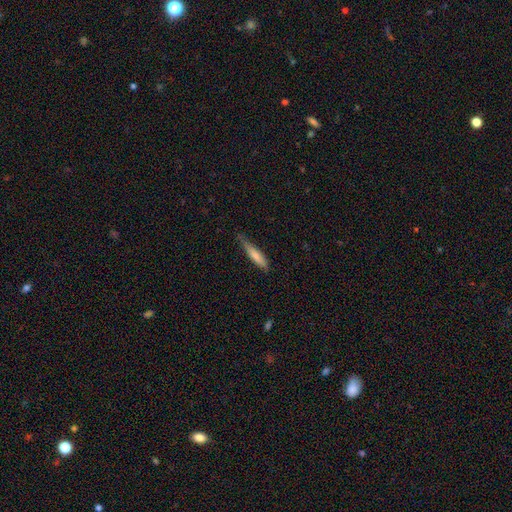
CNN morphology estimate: The model was most divided on "merging": none: 57%, minor disturbance: 34%, major disturbance: 7%, merger: 2%. More confident: how rounded — cigar-shaped (84%); smooth or featured — smooth (73%).